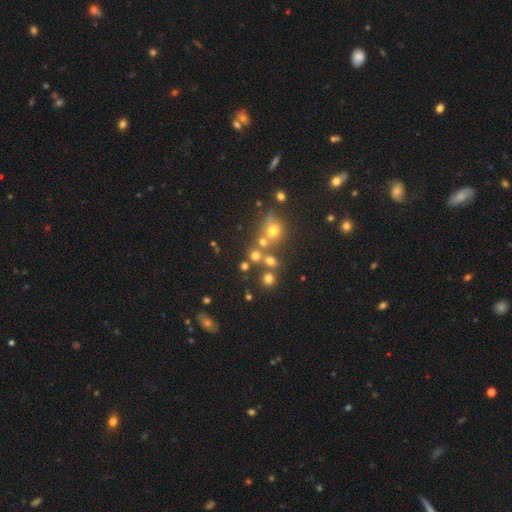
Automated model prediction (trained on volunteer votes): smooth_or_featured: smooth (p=0.62) [alt: star or artifact p=0.24]
how_rounded: round (p=0.84) [alt: in between p=0.15]
merging: none (p=0.60) [alt: merger p=0.26]